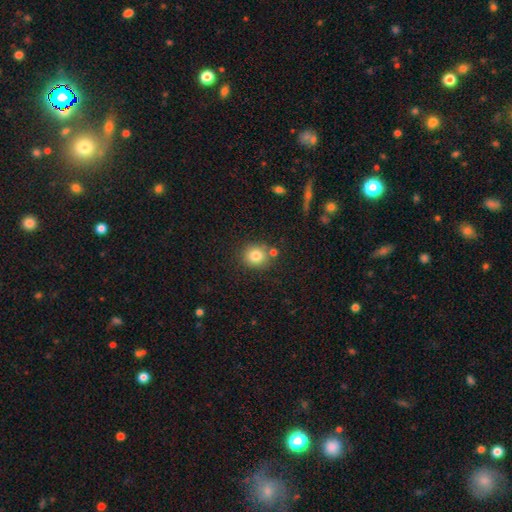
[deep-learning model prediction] This appears to be a smooth galaxy with no disk features (82%) that is round (85%). Merging: none (76%).